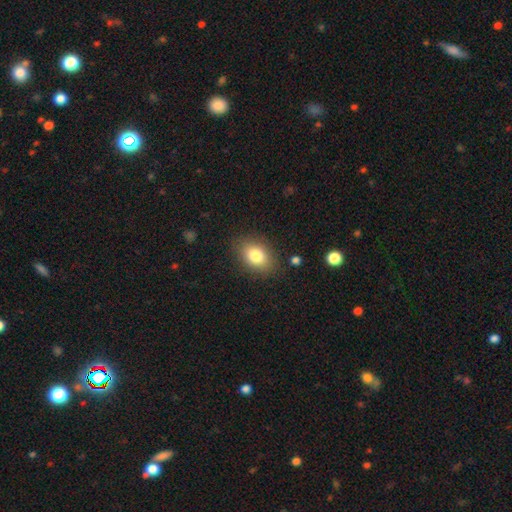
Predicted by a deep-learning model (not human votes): Smooth or featured? Predicted: smooth (p=0.81). How rounded? Predicted: in between (p=0.76). Merging? Predicted: none (p=0.83).